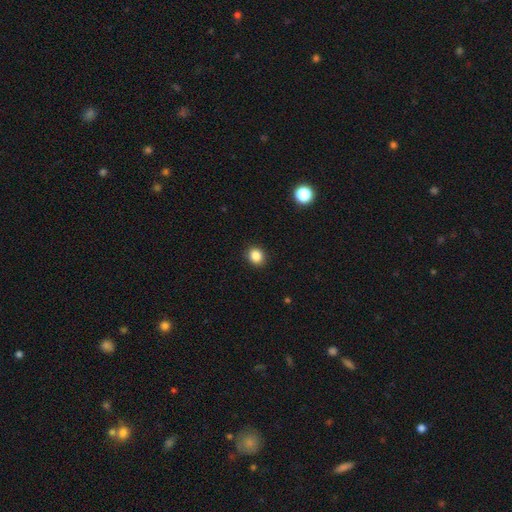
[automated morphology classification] type=smooth (86%); roundness=round (76%); merging=none (91%).